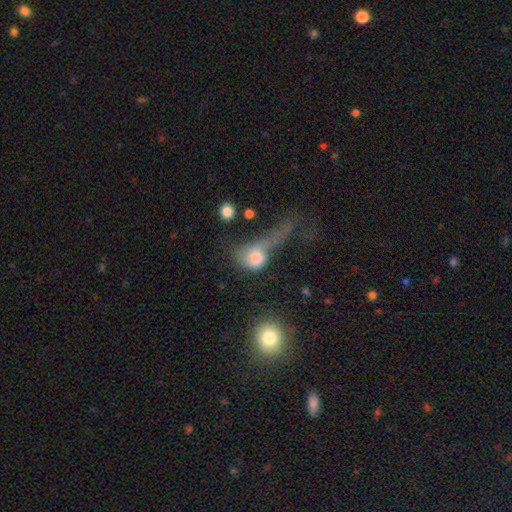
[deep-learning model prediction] Smooth or featured? Predicted: smooth (p=0.67). How rounded? Predicted: round (p=0.48). Merging? Predicted: major disturbance (p=0.58).